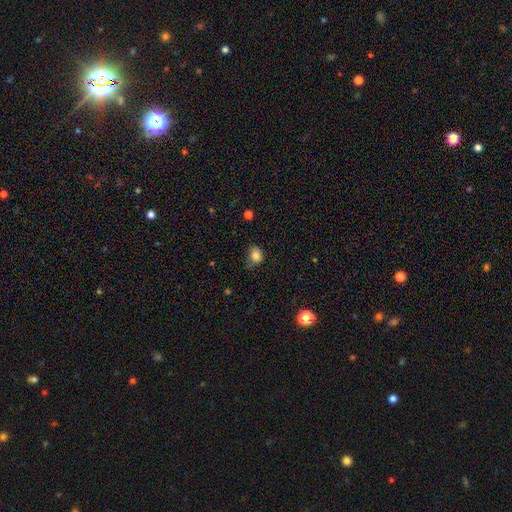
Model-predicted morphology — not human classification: This appears to be a smooth galaxy with no disk features (82%) that is round (54%). Merging: none (52%).